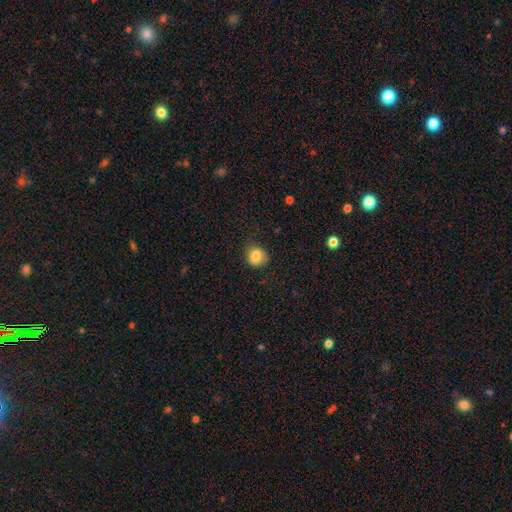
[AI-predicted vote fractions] Smooth or featured: smooth — 83% (star or artifact — 10%)
How rounded: round — 74% (in between — 25%)
Merging: none — 71% (minor disturbance — 22%)